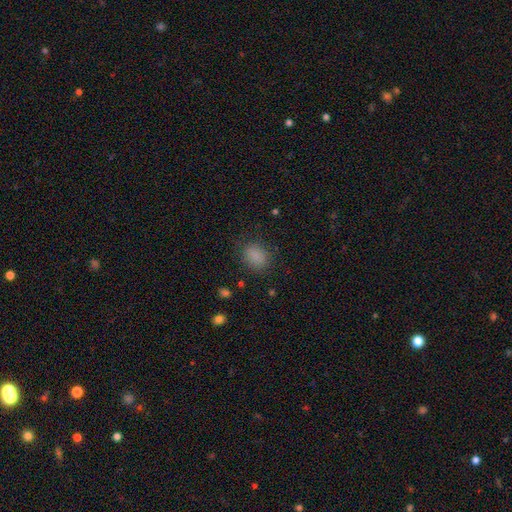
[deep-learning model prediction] Smooth or featured? smooth (84%)
How rounded? in between (57%)
Merging? none (81%)